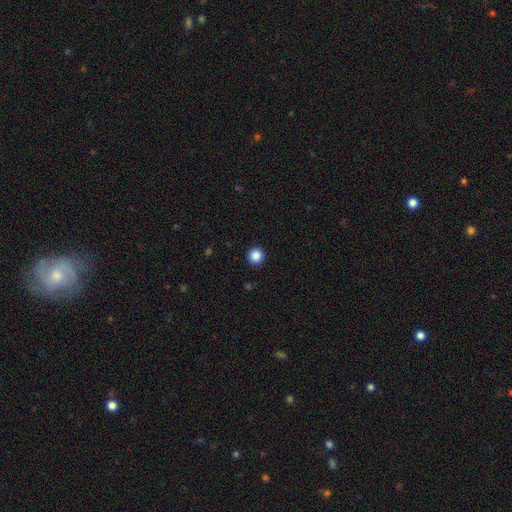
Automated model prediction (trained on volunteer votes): Overall: smooth (87%). How rounded: round (96%). Merging: none (93%).